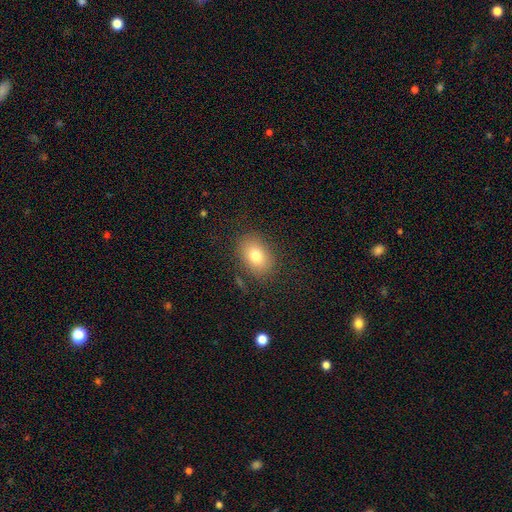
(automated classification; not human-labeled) Smooth or featured? Predicted: smooth (p=0.79). How rounded? Predicted: in between (p=0.77). Merging? Predicted: none (p=0.83).